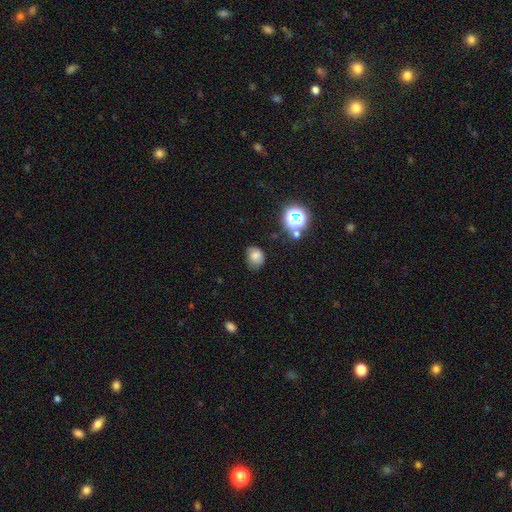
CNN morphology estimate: Q: Smooth or featured?
A: smooth (76%); runner-up: star or artifact (14%)
Q: How rounded?
A: in between (52%); runner-up: round (47%)
Q: Merging?
A: none (59%); runner-up: minor disturbance (30%)